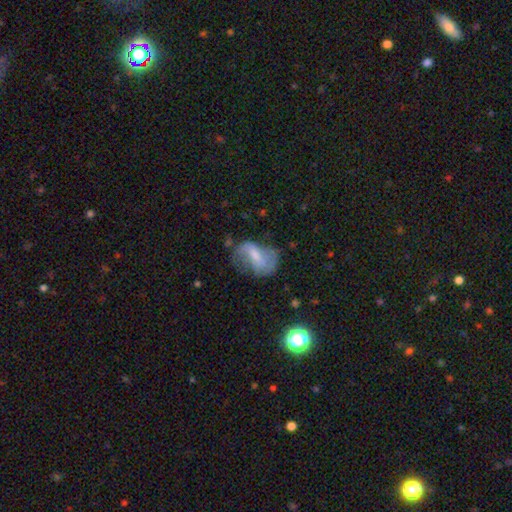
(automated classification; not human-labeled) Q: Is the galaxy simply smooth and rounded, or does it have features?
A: featured or disk — 53%.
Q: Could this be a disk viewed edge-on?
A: no — 95%.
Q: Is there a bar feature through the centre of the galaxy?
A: weak — 46%.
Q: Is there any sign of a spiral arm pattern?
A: yes — 66%.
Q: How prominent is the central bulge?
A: small — 41%.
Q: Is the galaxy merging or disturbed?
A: none — 42%.